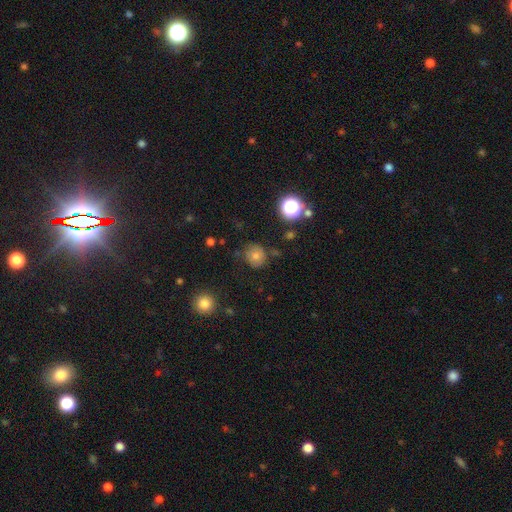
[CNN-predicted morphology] Q: Smooth or featured?
A: smooth (69%); runner-up: star or artifact (16%)
Q: How rounded?
A: round (82%); runner-up: in between (17%)
Q: Merging?
A: none (72%); runner-up: minor disturbance (19%)